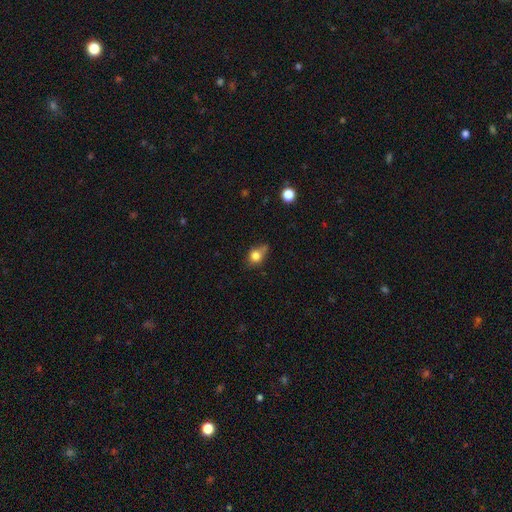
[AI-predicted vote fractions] Smooth or featured: smooth — 77% (featured or disk — 11%)
How rounded: round — 62% (in between — 36%)
Merging: none — 45% (minor disturbance — 33%)